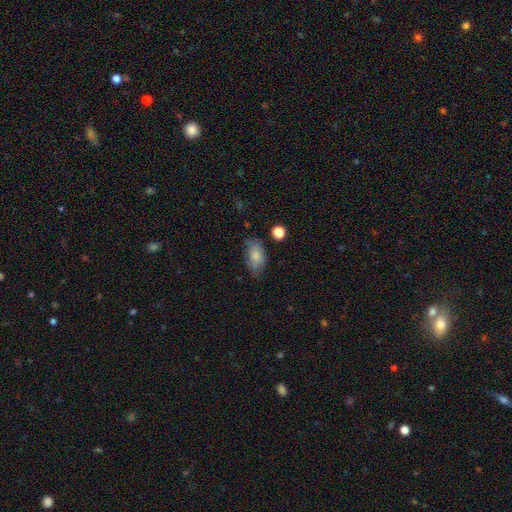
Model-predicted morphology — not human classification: type=smooth (77%); roundness=in between (90%); merging=none (64%).